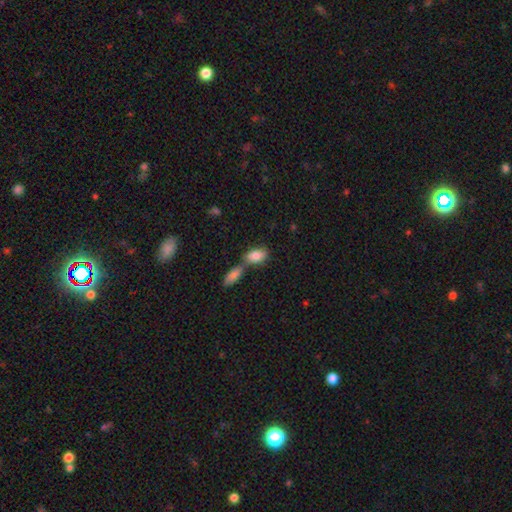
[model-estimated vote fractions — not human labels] A smooth galaxy with no disk features (83%) that is in between round and cigar-shaped (90%).

Vote fractions:
- Smooth or featured? smooth: 83% / featured or disk: 10% / star or artifact: 7%
- How rounded? in between: 90% / round: 5% / cigar-shaped: 5%
- Merging? merger: 47% / none: 39% / minor disturbance: 10% / major disturbance: 4%